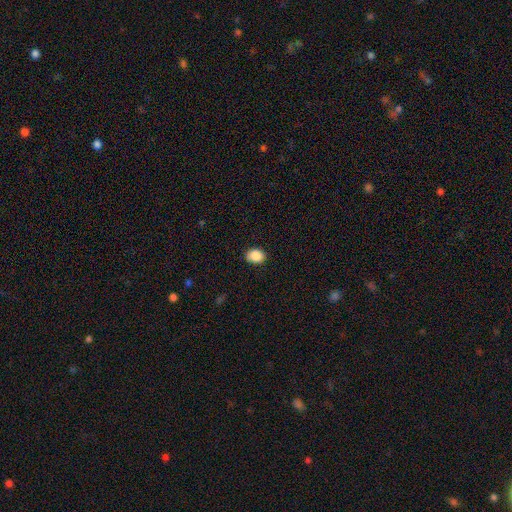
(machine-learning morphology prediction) Overall: smooth (88%). How rounded: in between (58%; round 42%). Merging: none (86%).